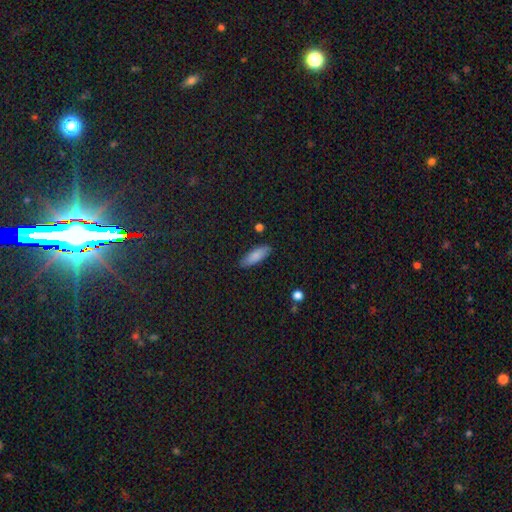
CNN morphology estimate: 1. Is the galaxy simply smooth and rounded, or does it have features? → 85% smooth, 8% featured or disk, 6% star or artifact.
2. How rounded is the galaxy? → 57% in between, 41% cigar-shaped, 2% round.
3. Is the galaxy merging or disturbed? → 86% none, 10% minor disturbance, 2% major disturbance, 1% merger.